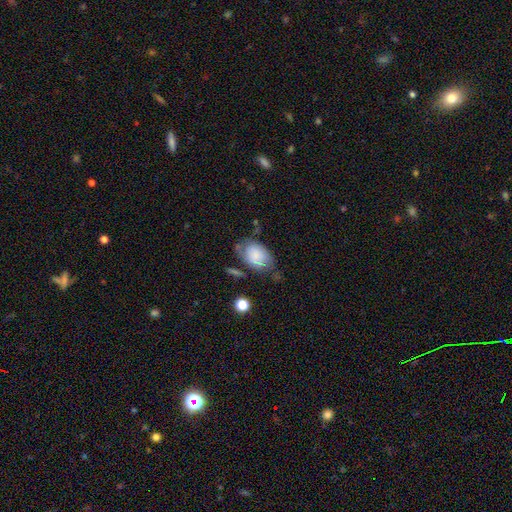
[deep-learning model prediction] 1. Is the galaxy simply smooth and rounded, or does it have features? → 71% smooth, 21% featured or disk, 8% star or artifact.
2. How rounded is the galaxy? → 82% in between, 16% round, 1% cigar-shaped.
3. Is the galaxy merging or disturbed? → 45% none, 32% minor disturbance, 16% major disturbance, 7% merger.